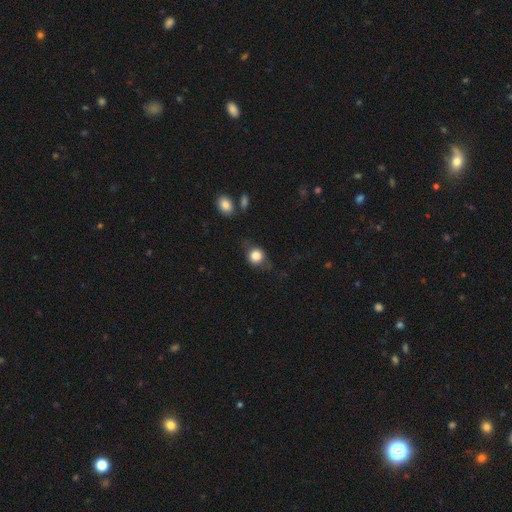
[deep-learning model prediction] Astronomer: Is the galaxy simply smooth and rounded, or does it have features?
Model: smooth — 79%.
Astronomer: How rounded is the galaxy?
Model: round — 74%.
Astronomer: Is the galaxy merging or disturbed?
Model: none — 65%.